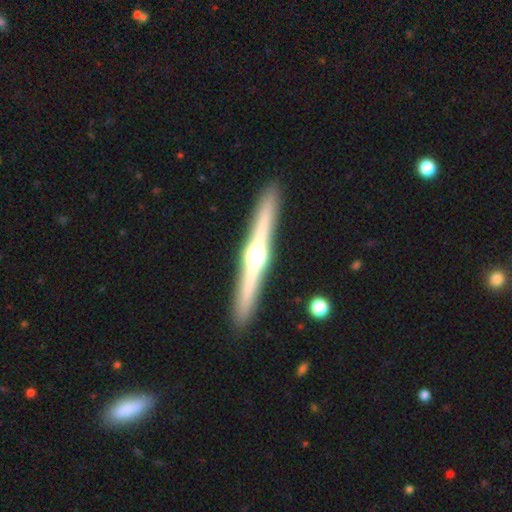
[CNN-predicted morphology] featured or disk 80%, smooth 15%, star or artifact 5%. Down the decision tree: edge-on disk — yes (98%); edge-on bulge — rounded (93%); merging — none (92%).